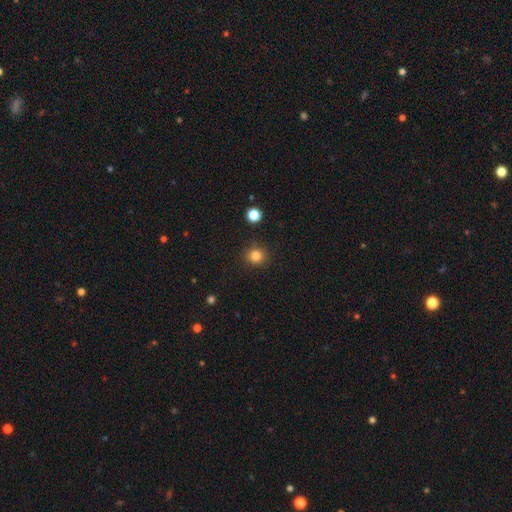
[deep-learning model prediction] smooth_or_featured: smooth (p=0.83) [alt: star or artifact p=0.12]
how_rounded: round (p=0.91) [alt: in between p=0.08]
merging: none (p=0.90) [alt: minor disturbance p=0.06]